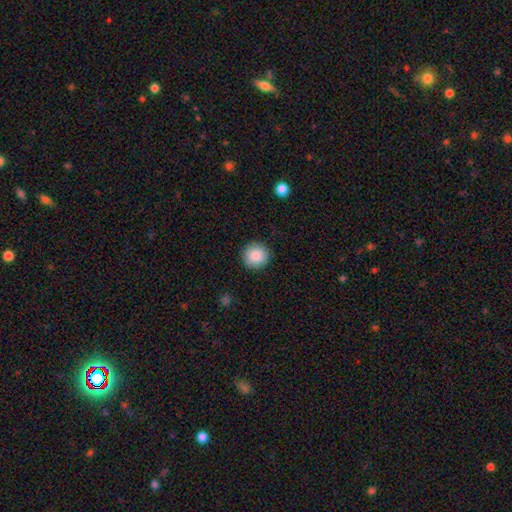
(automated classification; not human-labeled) smooth 88%, star or artifact 8%, featured or disk 4%. Down the decision tree: how rounded — round (94%); merging — none (91%).